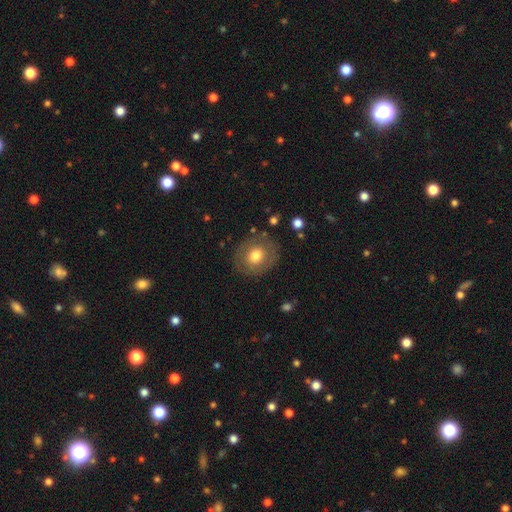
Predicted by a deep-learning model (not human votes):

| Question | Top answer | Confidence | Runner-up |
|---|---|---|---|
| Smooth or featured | smooth | 64% | featured or disk (28%) |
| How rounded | round | 72% | in between (27%) |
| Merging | none | 82% | minor disturbance (11%) |